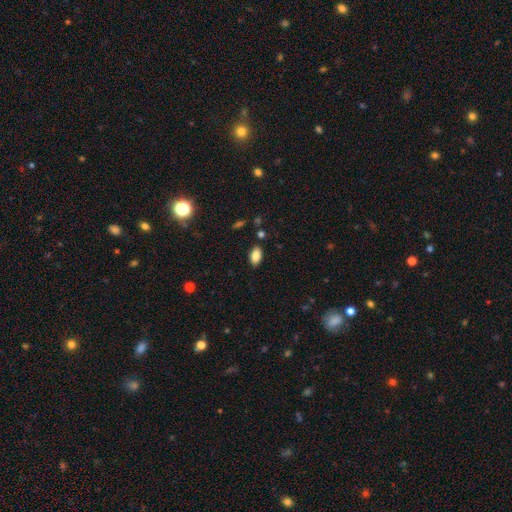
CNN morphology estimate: Smooth or featured?
  - smooth: 85% *
  - star or artifact: 9%
  - featured or disk: 6%
How rounded?
  - in between: 92% *
  - round: 5%
  - cigar-shaped: 3%
Merging?
  - none: 86% *
  - minor disturbance: 9%
  - major disturbance: 2%
  - merger: 2%